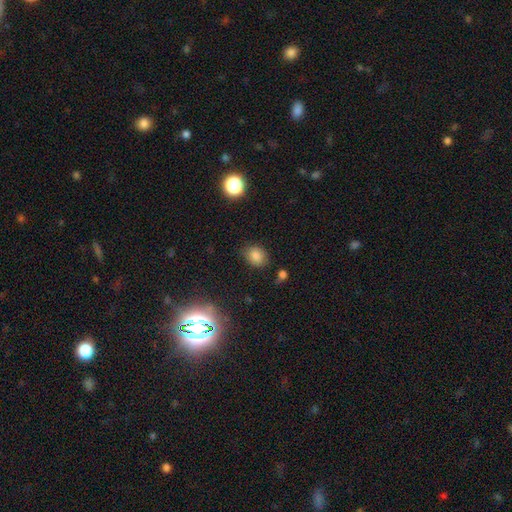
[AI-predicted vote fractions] Overall: smooth (80%). How rounded: round (51%; in between 48%). Merging: none (77%).